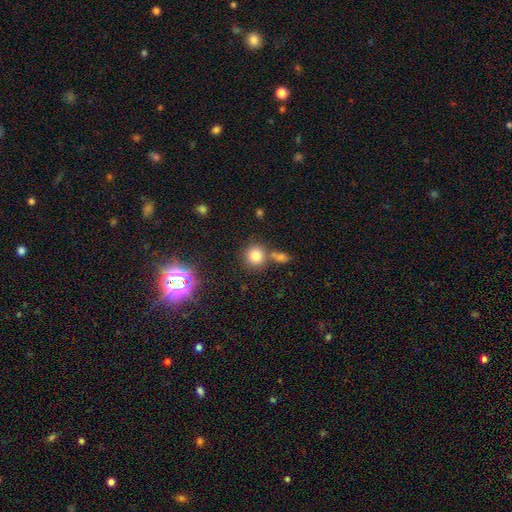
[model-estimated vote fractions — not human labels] smooth-or-featured: smooth: 80% | star or artifact: 12% | featured or disk: 7%
  how-rounded: round: 88% | in between: 10% | cigar-shaped: 1%
  merging: none: 63% | merger: 23% | minor disturbance: 9% | major disturbance: 4%